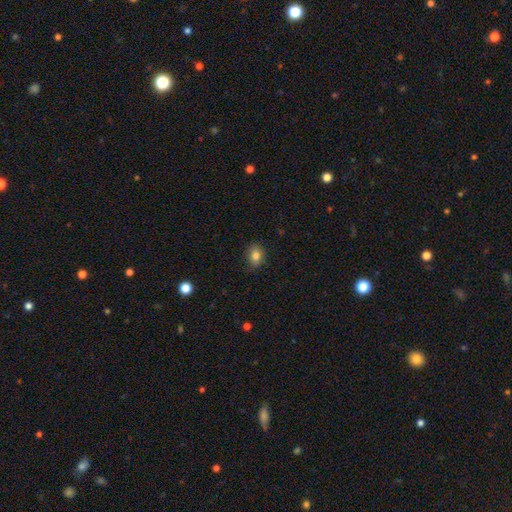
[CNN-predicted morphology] This appears to be a smooth galaxy with no disk features (83%) that is in between round and cigar-shaped (68%). Merging: none (80%).